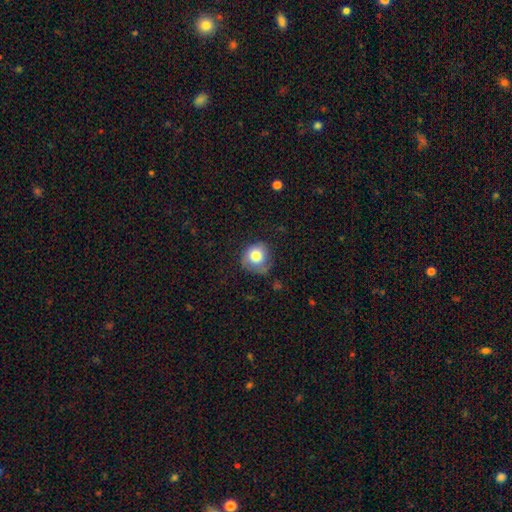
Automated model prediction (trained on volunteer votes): A smooth galaxy with no disk features (77%) that is round (84%). Merging: none (59%).